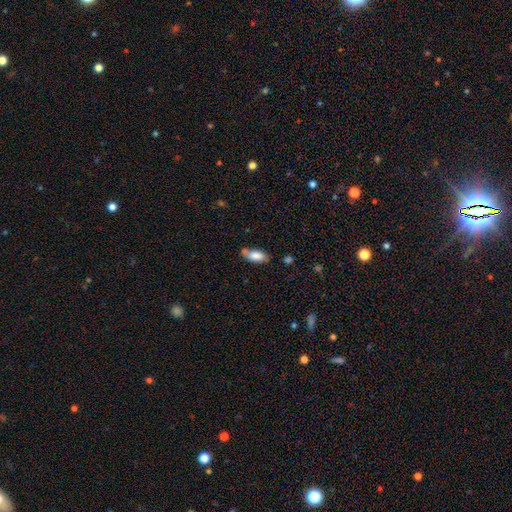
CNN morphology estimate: This appears to be a smooth galaxy with no disk features (80%) that is in between round and cigar-shaped (80%). Merging: none (62%).